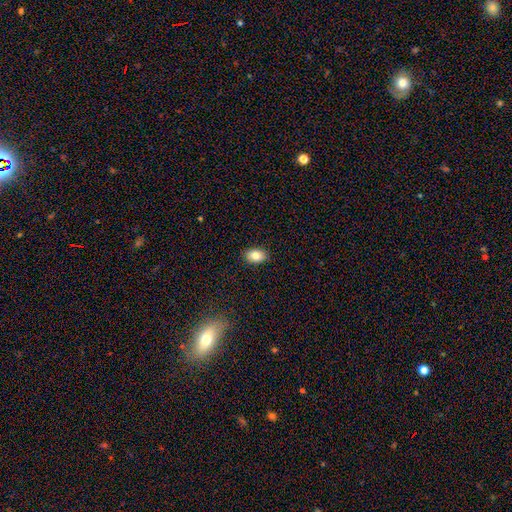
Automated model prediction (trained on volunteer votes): Smooth or featured? smooth (82%)
How rounded? in between (84%)
Merging? none (89%)